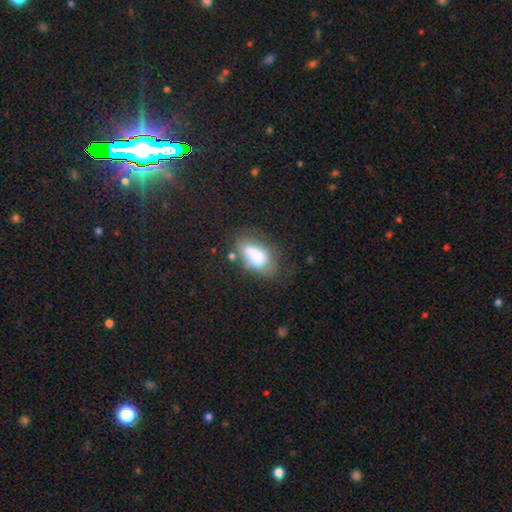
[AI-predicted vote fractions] The model was most divided on "merging": none: 36%, minor disturbance: 27%, major disturbance: 22%, merger: 15%. More confident: how rounded — in between (89%); smooth or featured — smooth (66%).